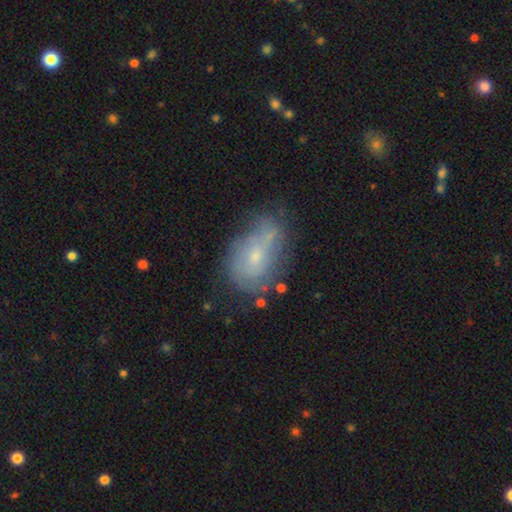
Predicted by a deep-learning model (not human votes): This is possibly a featured or disk galaxy (46%). Merging: possibly none (47%).